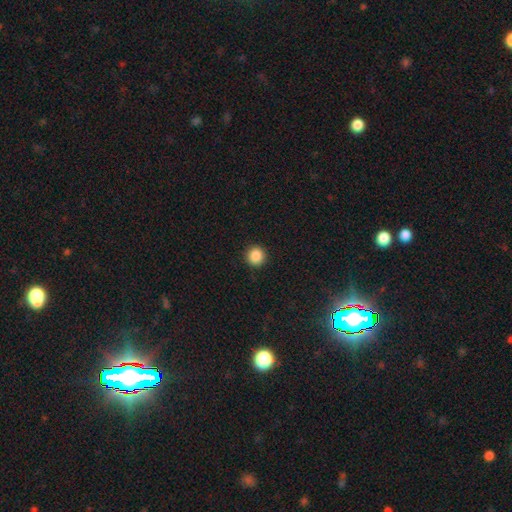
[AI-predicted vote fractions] smooth 87%, star or artifact 10%, featured or disk 3%. Down the decision tree: how rounded — round (95%); merging — none (93%).